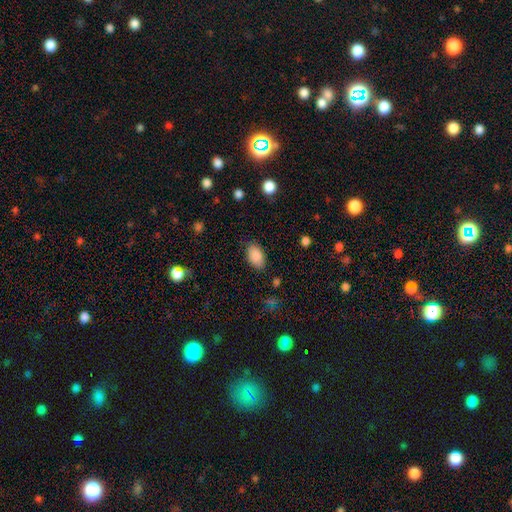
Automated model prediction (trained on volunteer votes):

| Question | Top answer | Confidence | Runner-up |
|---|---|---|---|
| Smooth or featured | smooth | 88% | star or artifact (7%) |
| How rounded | in between | 93% | round (6%) |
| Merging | none | 84% | minor disturbance (11%) |